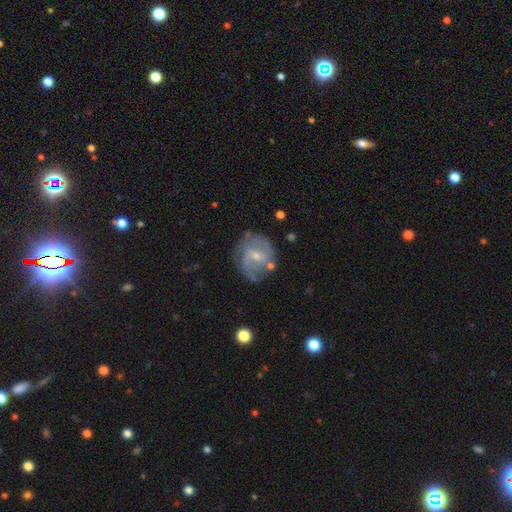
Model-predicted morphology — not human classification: Q: Smooth or featured?
A: featured or disk (76%); runner-up: smooth (16%)
Q: Edge-on disk?
A: no (97%); runner-up: yes (3%)
Q: Bar?
A: weak (52%); runner-up: no (34%)
Q: Spiral arms?
A: yes (87%); runner-up: no (13%)
Q: Spiral winding?
A: medium (45%); runner-up: loose (29%)
Q: Spiral arm count?
A: 2 (62%); runner-up: can't tell (19%)
Q: Bulge size?
A: small (57%); runner-up: moderate (38%)
Q: Merging?
A: none (68%); runner-up: minor disturbance (20%)